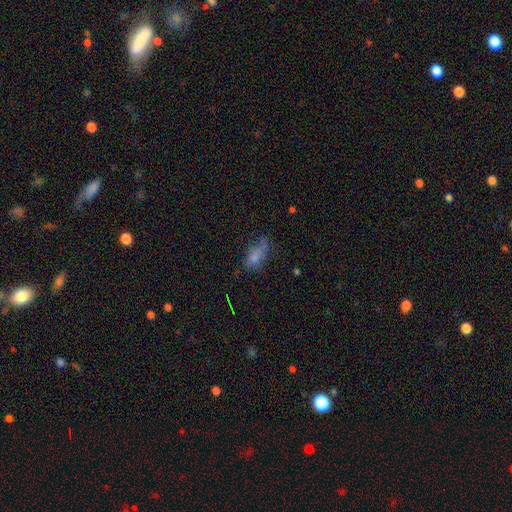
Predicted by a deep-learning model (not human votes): A smooth galaxy with no disk features (66%) that is in between round and cigar-shaped (82%). Merging: none (41%).